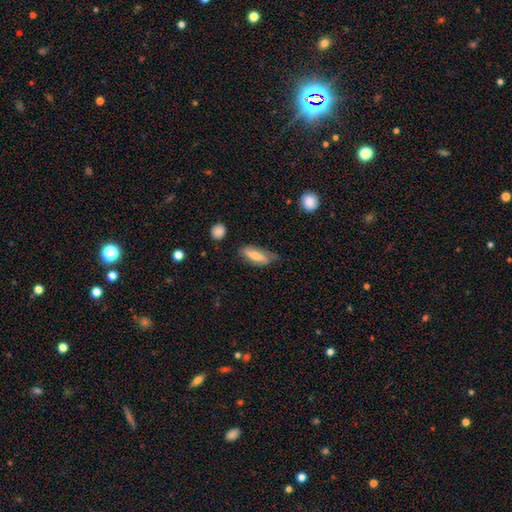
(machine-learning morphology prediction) Smooth or featured? smooth (64%)
How rounded? in between (65%)
Merging? none (62%)